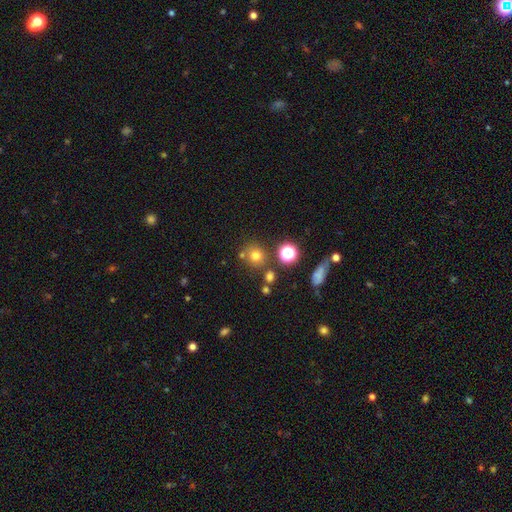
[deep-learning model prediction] smooth-or-featured: smooth: 71% | star or artifact: 20% | featured or disk: 9%
  how-rounded: round: 87% | in between: 12% | cigar-shaped: 1%
  merging: none: 75% | merger: 11% | minor disturbance: 10% | major disturbance: 4%